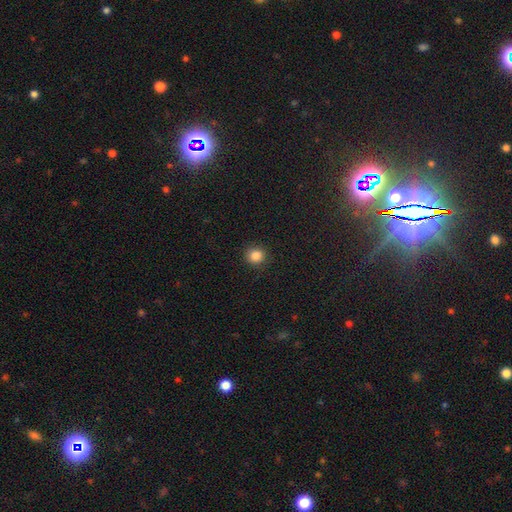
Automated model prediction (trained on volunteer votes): The model was most divided on "smooth or featured": smooth: 85%, star or artifact: 11%, featured or disk: 4%. More confident: merging — none (91%); how rounded — round (90%).